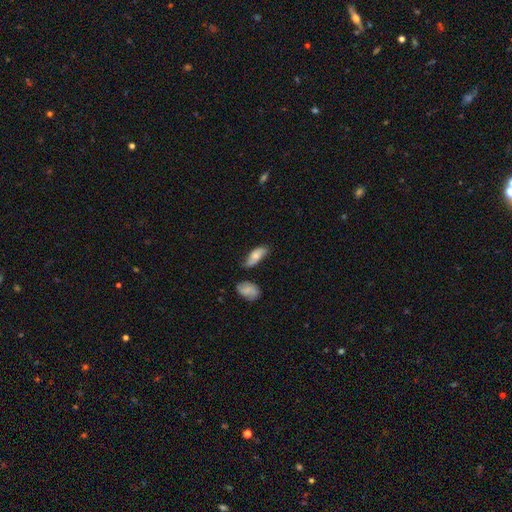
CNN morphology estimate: A smooth galaxy with no disk features (65%) that is in between round and cigar-shaped (82%). Merging: none (55%).